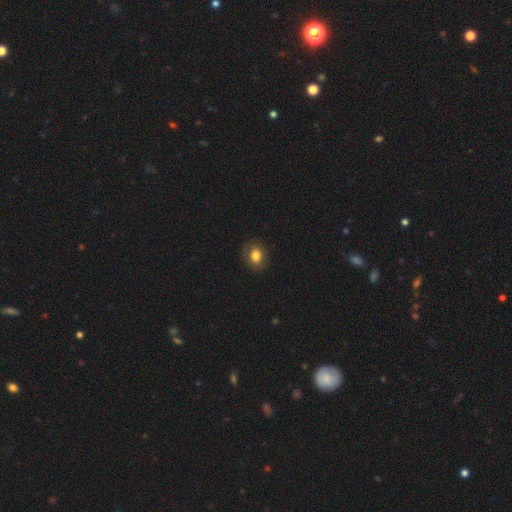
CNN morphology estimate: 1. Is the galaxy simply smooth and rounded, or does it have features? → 81% smooth, 10% star or artifact, 9% featured or disk.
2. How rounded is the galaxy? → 56% round, 43% in between, 1% cigar-shaped.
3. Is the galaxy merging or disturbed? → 86% none, 10% minor disturbance, 3% major disturbance, 1% merger.